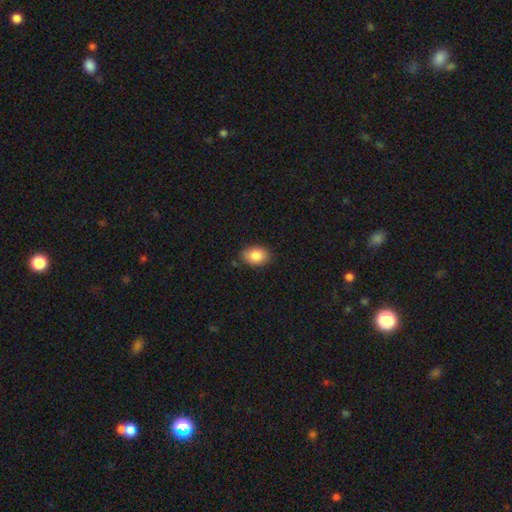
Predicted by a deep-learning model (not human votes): Smooth or featured?
  - smooth: 84% *
  - featured or disk: 8%
  - star or artifact: 8%
How rounded?
  - in between: 79% *
  - round: 20%
  - cigar-shaped: 1%
Merging?
  - none: 84% *
  - minor disturbance: 13%
  - major disturbance: 2%
  - merger: 1%